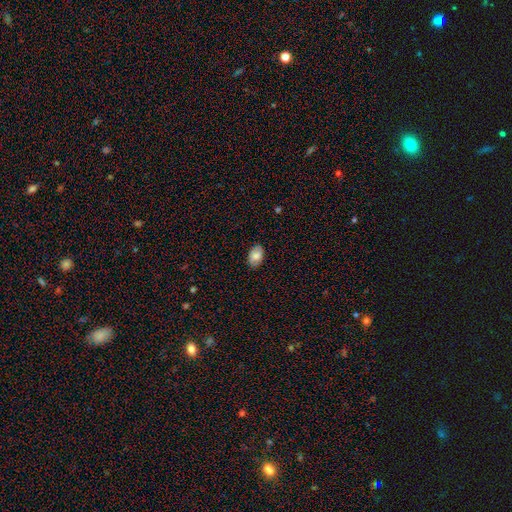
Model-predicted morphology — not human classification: type=smooth (79%); roundness=in between (91%); merging=none (85%).